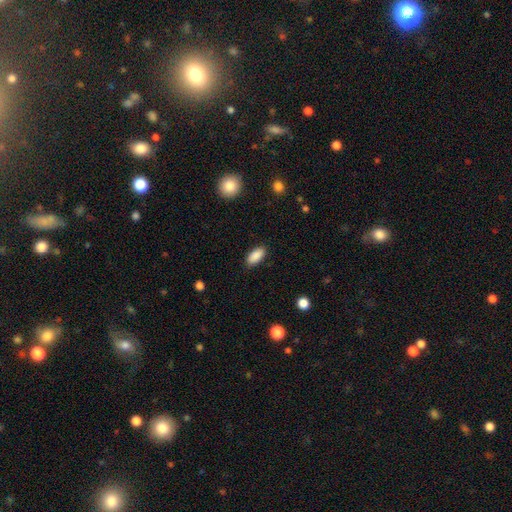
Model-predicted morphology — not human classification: Smooth or featured? Predicted: smooth (p=0.89). How rounded? Predicted: in between (p=0.91). Merging? Predicted: none (p=0.87).